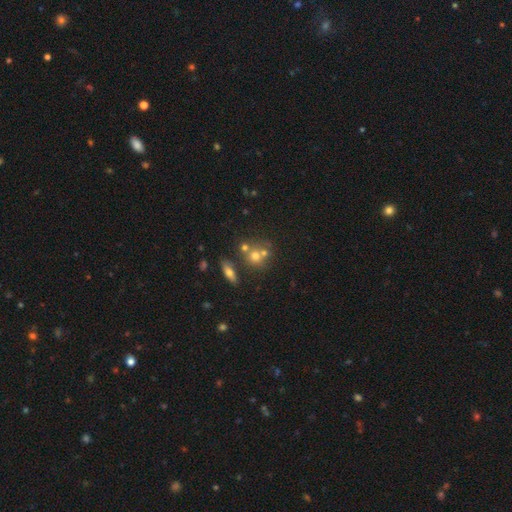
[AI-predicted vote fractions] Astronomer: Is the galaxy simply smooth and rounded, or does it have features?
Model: smooth — 56%.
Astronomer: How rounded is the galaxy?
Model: round — 77%.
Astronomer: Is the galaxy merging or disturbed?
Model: none — 45% (runner-up: merger, 42%).